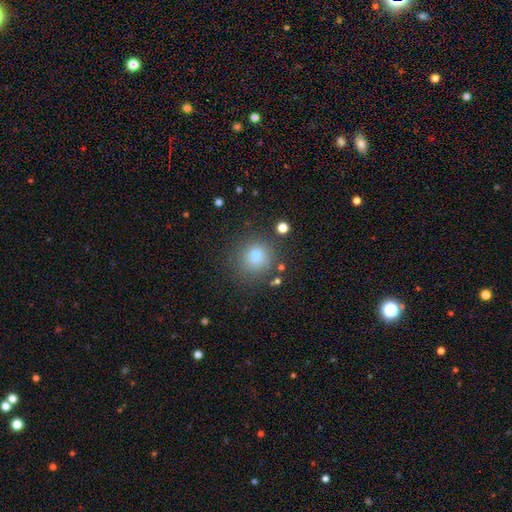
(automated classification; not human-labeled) Overall: smooth (76%). How rounded: round (90%). Merging: none (81%).